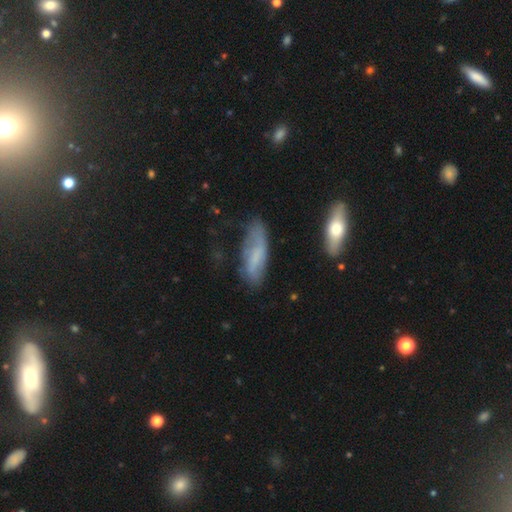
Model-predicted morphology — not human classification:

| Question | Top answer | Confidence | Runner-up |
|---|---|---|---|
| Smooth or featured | smooth | 51% | featured or disk (41%) |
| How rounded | in between | 62% | cigar-shaped (35%) |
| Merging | none | 53% | minor disturbance (30%) |